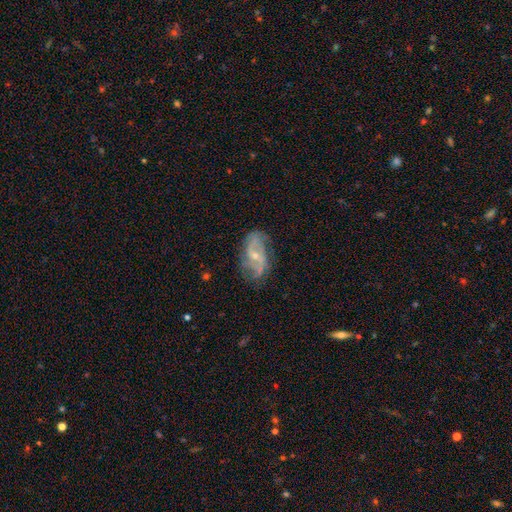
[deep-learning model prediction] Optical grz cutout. It shows a featured or disk galaxy (80%) with no bar (46%), 2 (69%) loose (42%) spiral arms (91%) and a small central bulge (65%). Merging: none (67%).